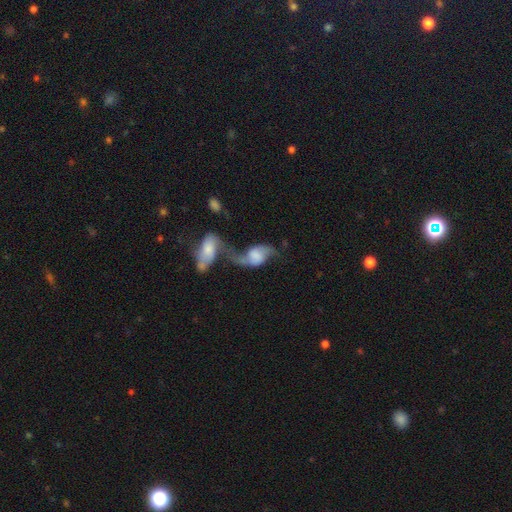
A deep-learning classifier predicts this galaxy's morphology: Smooth or featured? Predicted: featured or disk (p=0.63). Edge-on disk? Predicted: no (p=0.94). Bar? Predicted: no (p=0.56). Spiral arms? Predicted: yes (p=0.86). Spiral winding? Predicted: loose (p=0.79). Spiral arm count? Predicted: 2 (p=0.85). Bulge size? Predicted: none (p=0.36). Merging? Predicted: merger (p=0.66).